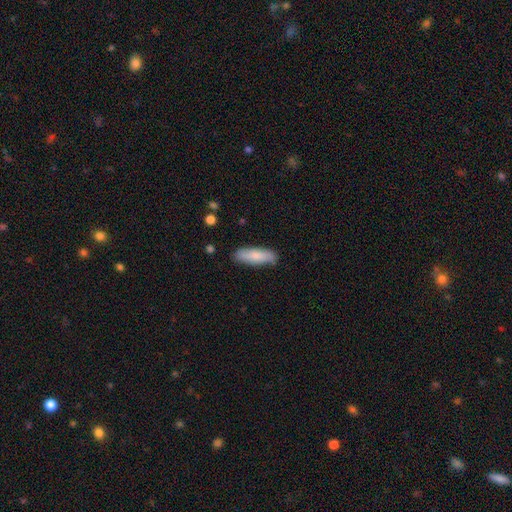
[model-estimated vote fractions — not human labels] Smooth or featured?
  - smooth: 80% *
  - featured or disk: 14%
  - star or artifact: 6%
How rounded?
  - in between: 51% *
  - cigar-shaped: 47%
  - round: 2%
Merging?
  - none: 83% *
  - minor disturbance: 14%
  - major disturbance: 2%
  - merger: 1%